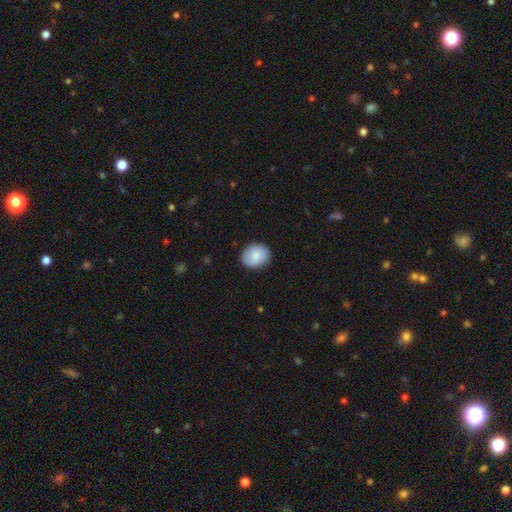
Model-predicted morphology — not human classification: Smooth or featured: smooth — 84% (featured or disk — 10%)
How rounded: round — 67% (in between — 32%)
Merging: none — 88% (minor disturbance — 9%)